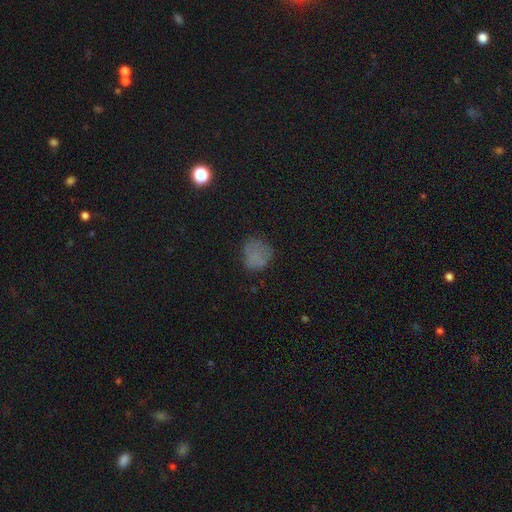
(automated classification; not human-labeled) A smooth galaxy with no disk features (64%) that is round (80%). Merging: none (66%).